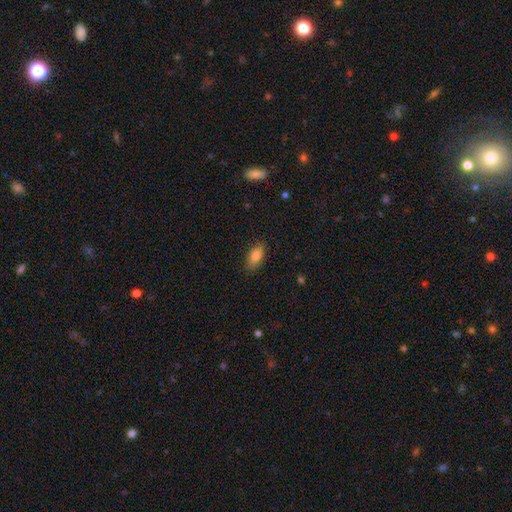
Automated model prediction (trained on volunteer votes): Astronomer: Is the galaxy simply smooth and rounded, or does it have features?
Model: smooth — 83%.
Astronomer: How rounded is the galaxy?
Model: in between — 88%.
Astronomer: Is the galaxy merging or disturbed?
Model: none — 86%.